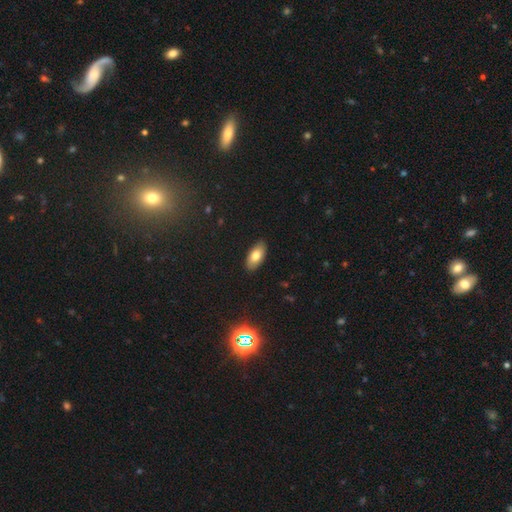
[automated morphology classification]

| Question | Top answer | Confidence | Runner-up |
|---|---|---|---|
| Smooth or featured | smooth | 77% | featured or disk (15%) |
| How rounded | in between | 91% | cigar-shaped (6%) |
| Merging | none | 88% | minor disturbance (9%) |